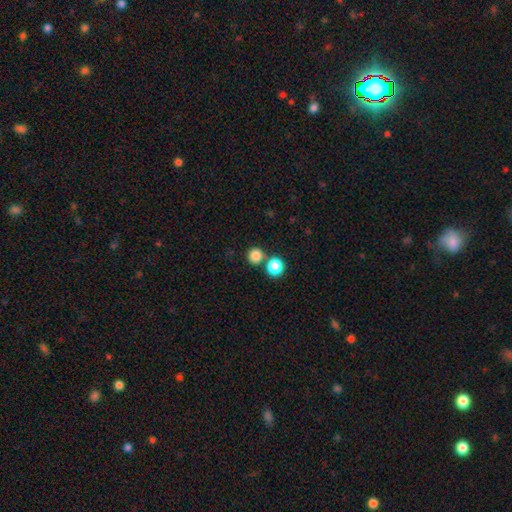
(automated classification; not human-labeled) Overall: smooth (82%). How rounded: round (91%). Merging: none (68%).